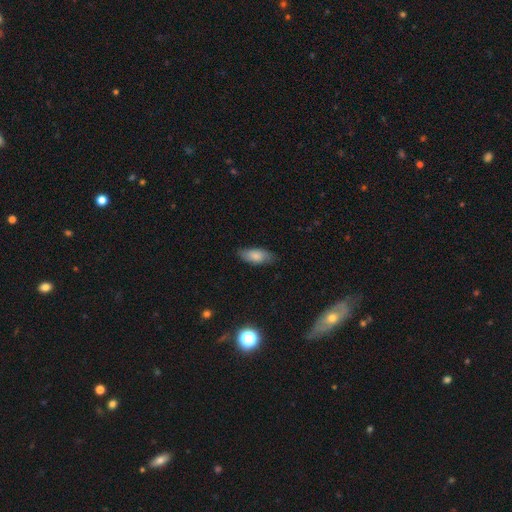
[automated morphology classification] Smooth or featured? smooth (76%)
How rounded? in between (85%)
Merging? none (78%)